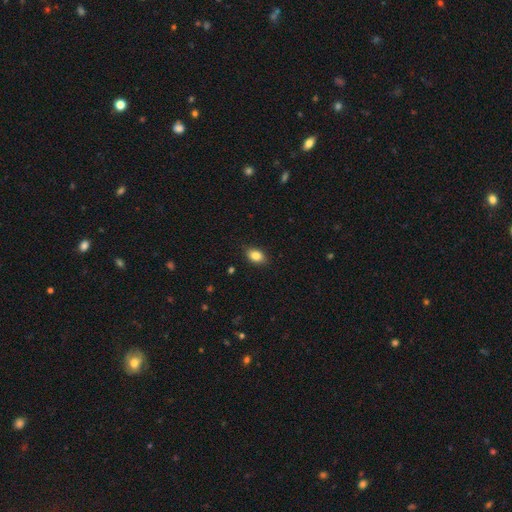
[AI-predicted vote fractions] A smooth galaxy with no disk features (85%) that is in between round and cigar-shaped (82%).

Vote fractions:
- Smooth or featured? smooth: 85% / star or artifact: 9% / featured or disk: 7%
- How rounded? in between: 82% / round: 17% / cigar-shaped: 2%
- Merging? none: 87% / minor disturbance: 10% / major disturbance: 2% / merger: 1%